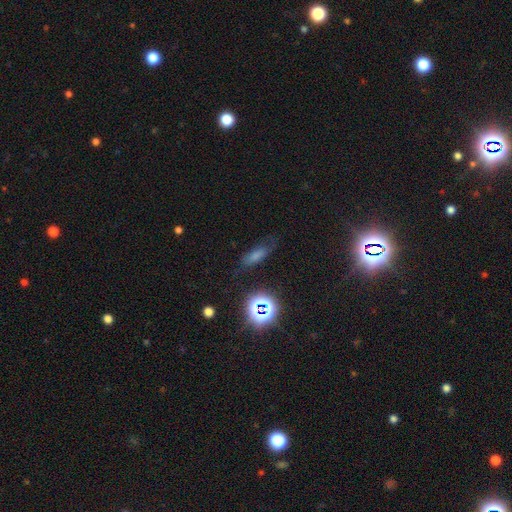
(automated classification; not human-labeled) Q: Smooth or featured?
A: smooth (41%); runner-up: star or artifact (37%)
Q: Merging?
A: none (72%); runner-up: minor disturbance (18%)